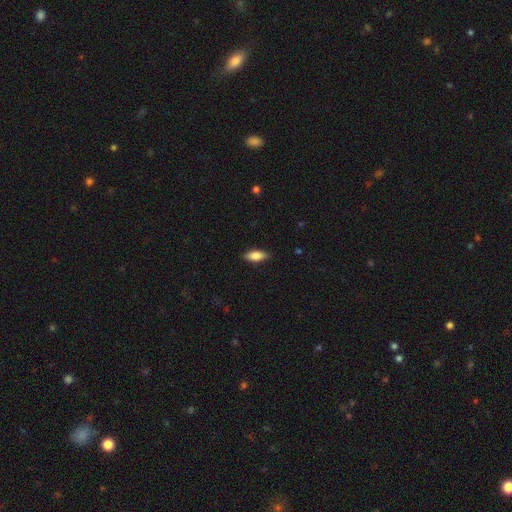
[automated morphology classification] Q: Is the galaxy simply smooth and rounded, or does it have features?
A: smooth — 79%.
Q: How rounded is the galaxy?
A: in between — 77%.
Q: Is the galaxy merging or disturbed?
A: none — 87%.